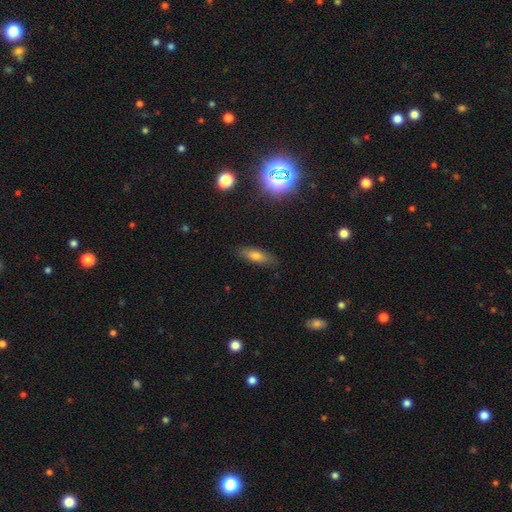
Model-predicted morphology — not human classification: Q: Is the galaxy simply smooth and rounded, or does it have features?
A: smooth — 65%.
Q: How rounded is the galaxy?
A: in between — 54%.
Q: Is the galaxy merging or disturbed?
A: none — 84%.